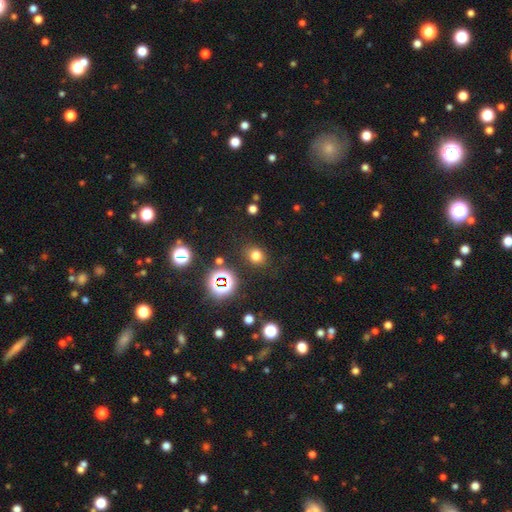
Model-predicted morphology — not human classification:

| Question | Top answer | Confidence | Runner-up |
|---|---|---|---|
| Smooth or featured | smooth | 71% | star or artifact (22%) |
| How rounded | round | 66% | in between (33%) |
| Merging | none | 85% | minor disturbance (9%) |